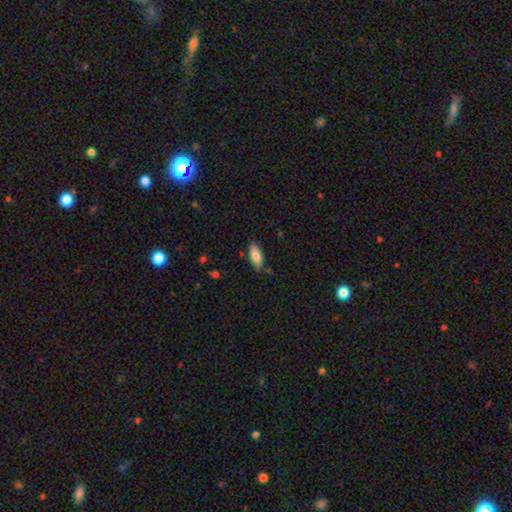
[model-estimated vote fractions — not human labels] This appears to be a smooth galaxy with no disk features (83%) that is in between round and cigar-shaped (83%). Merging: none (77%).